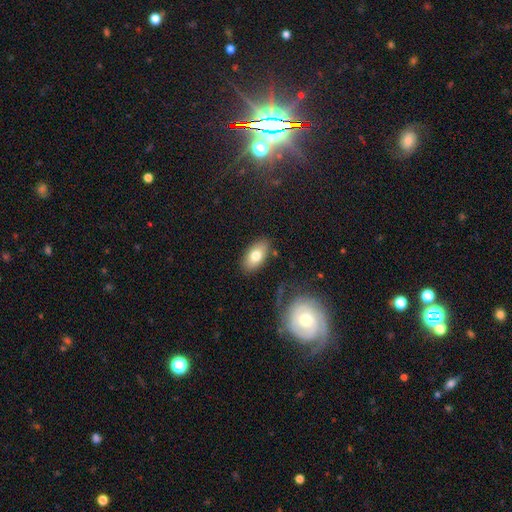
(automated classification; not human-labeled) Smooth or featured?
  - smooth: 76% *
  - featured or disk: 16%
  - star or artifact: 7%
How rounded?
  - in between: 92% *
  - round: 5%
  - cigar-shaped: 3%
Merging?
  - none: 84% *
  - minor disturbance: 11%
  - major disturbance: 3%
  - merger: 2%